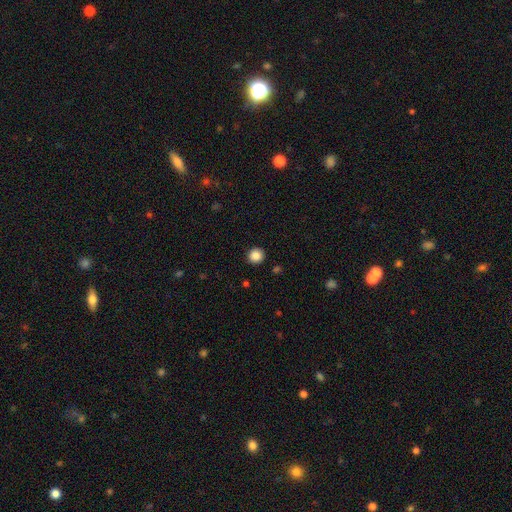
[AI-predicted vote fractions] This appears to be a smooth galaxy with no disk features (86%) that is round (94%). Merging: none (93%).